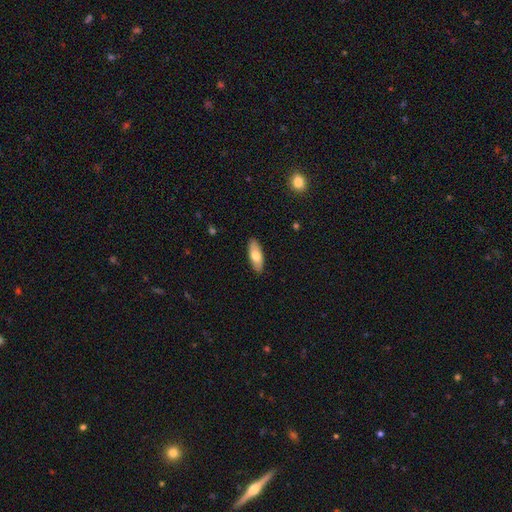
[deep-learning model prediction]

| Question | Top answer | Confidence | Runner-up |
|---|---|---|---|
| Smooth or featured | smooth | 71% | featured or disk (23%) |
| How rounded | in between | 72% | cigar-shaped (26%) |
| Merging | none | 89% | minor disturbance (8%) |